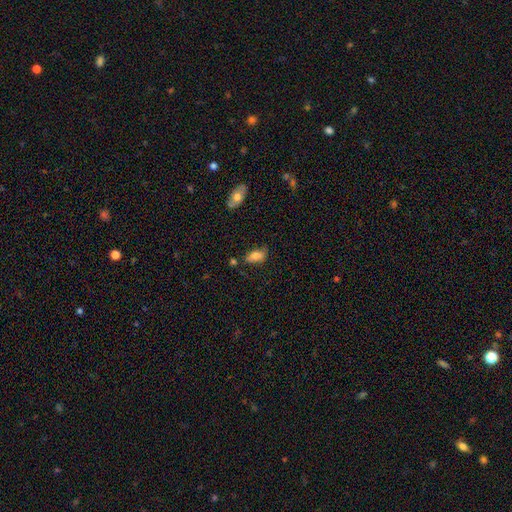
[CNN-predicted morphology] Q: Smooth or featured?
A: smooth (78%); runner-up: featured or disk (14%)
Q: How rounded?
A: in between (88%); runner-up: cigar-shaped (8%)
Q: Merging?
A: none (63%); runner-up: minor disturbance (25%)